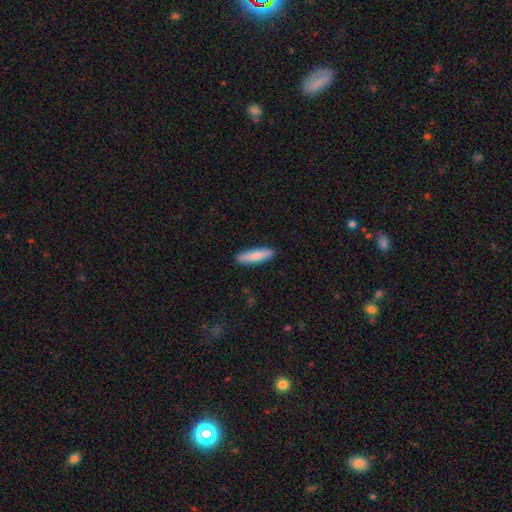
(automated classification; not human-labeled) A smooth galaxy with no disk features (81%) that is cigar-shaped (70%). Merging: none (89%).